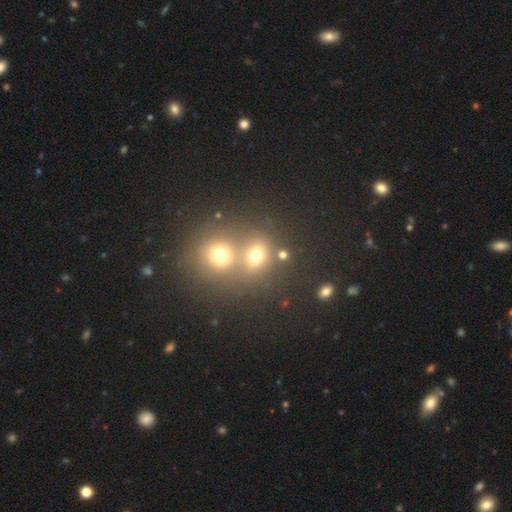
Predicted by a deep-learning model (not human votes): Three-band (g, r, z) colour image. It shows a smooth galaxy with no disk features (69%) that is round (70%). Merging: merger (45%).